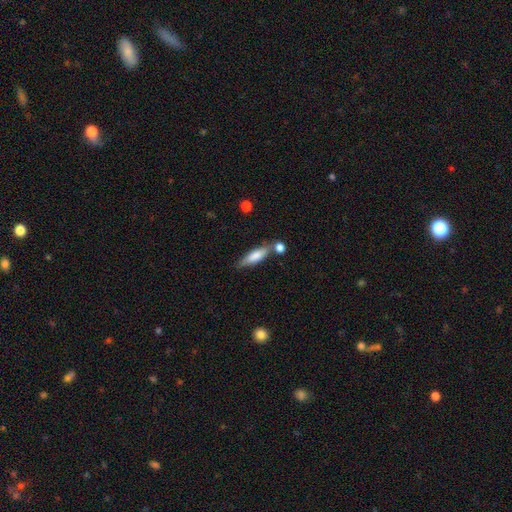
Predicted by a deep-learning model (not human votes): smooth 71%, featured or disk 23%, star or artifact 6%. Down the decision tree: how rounded — cigar-shaped (61%); merging — none (62%).